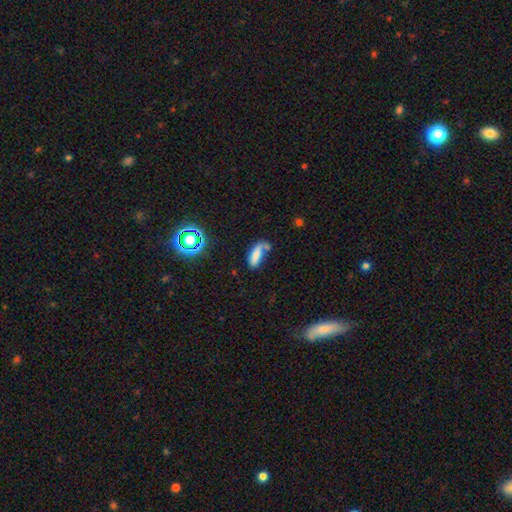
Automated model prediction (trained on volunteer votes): Overall: smooth (74%). How rounded: in between (67%; cigar-shaped 29%). Merging: none (42%; merger 23%).